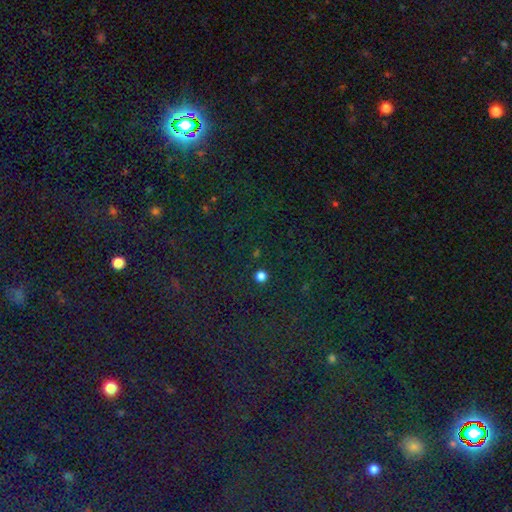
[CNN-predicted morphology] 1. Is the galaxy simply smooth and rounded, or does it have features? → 78% star or artifact, 14% smooth, 7% featured or disk.